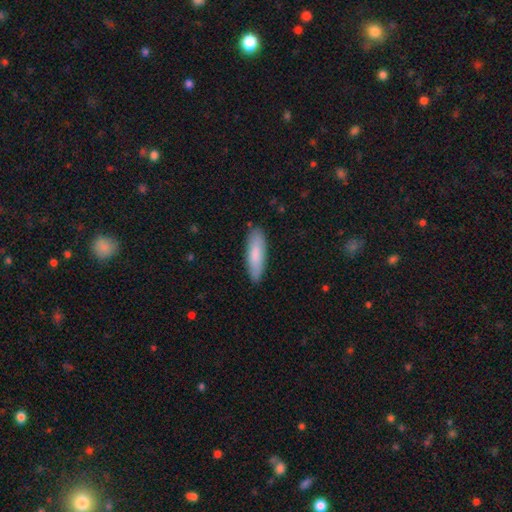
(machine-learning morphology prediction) smooth_or_featured: smooth (p=0.83) [alt: featured or disk p=0.12]
how_rounded: cigar-shaped (p=0.51) [alt: in between p=0.48]
merging: none (p=0.85) [alt: minor disturbance p=0.11]